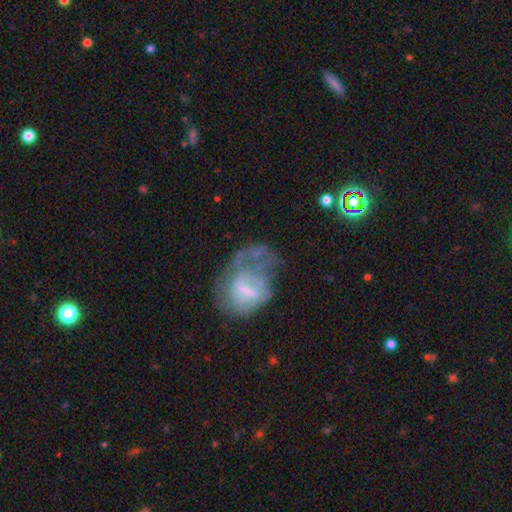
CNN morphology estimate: A featured or disk galaxy (54%) with a weak bar (44%), no spiral arms (59%) and no central bulge (36%).

Vote fractions:
- Smooth or featured? featured or disk: 54% / smooth: 32% / star or artifact: 13%
- Edge-on disk? no: 97% / yes: 3%
- Bar? weak: 44% / no: 42% / strong: 14%
- Spiral arms? no: 59% / yes: 41%
- Bulge size? none: 36% / small: 32% / moderate: 26% / large: 5% / dominant: 1%
- Merging? major disturbance: 43% / none: 26% / minor disturbance: 25% / merger: 6%